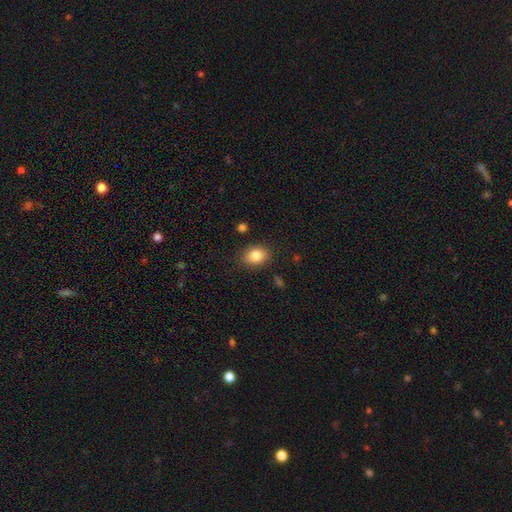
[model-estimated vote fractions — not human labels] Smooth or featured? smooth (83%)
How rounded? in between (62%)
Merging? none (86%)